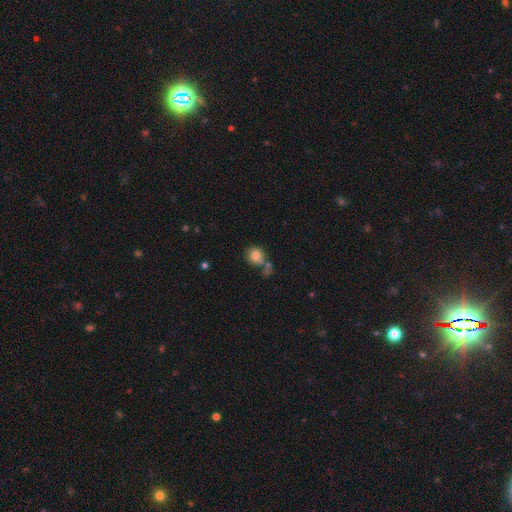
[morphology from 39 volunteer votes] A smooth galaxy with no disk features (87%) that is round (91%). Merging: none (54%).